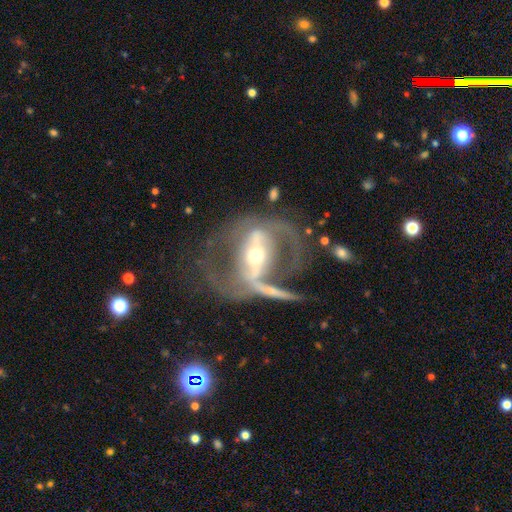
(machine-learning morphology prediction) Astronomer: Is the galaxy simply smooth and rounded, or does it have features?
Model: featured or disk — 83%.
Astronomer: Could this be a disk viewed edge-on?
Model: no — 90%.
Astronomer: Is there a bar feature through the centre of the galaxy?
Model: strong — 65%.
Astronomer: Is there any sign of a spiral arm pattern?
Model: yes — 64%.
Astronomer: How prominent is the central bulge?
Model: moderate — 56% (runner-up: small, 35%).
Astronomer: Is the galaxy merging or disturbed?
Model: none — 41% (runner-up: major disturbance, 26%).